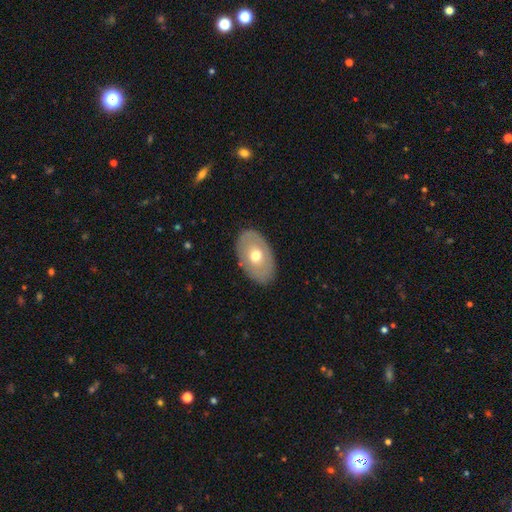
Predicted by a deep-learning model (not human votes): Smooth or featured? smooth (55%)
How rounded? in between (88%)
Merging? none (85%)